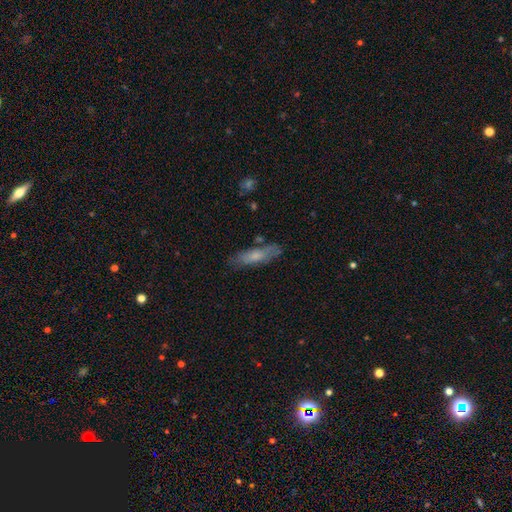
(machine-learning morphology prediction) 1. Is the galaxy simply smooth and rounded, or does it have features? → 60% smooth, 33% featured or disk, 7% star or artifact.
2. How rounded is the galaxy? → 62% cigar-shaped, 36% in between, 2% round.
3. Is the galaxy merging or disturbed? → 72% none, 19% minor disturbance, 5% major disturbance, 4% merger.